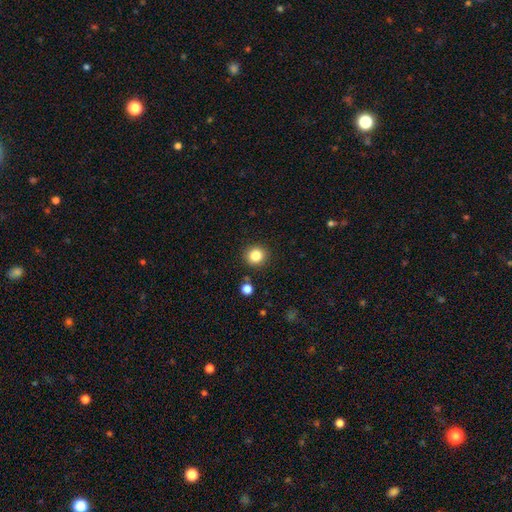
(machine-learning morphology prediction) smooth 83%, star or artifact 11%, featured or disk 5%. Down the decision tree: how rounded — round (92%); merging — none (90%).